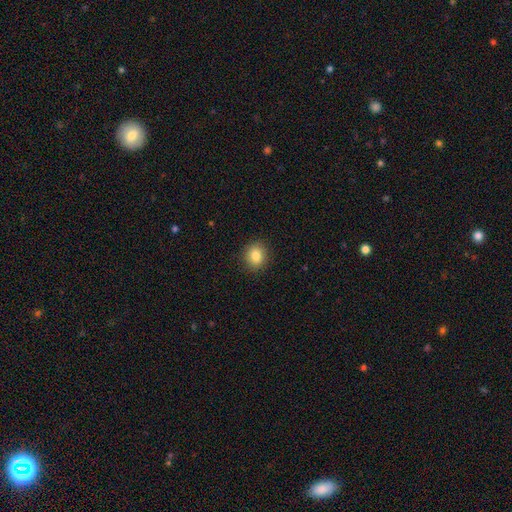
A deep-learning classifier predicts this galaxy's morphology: smooth_or_featured: smooth (p=0.83) [alt: star or artifact p=0.10]
how_rounded: round (p=0.69) [alt: in between p=0.30]
merging: none (p=0.89) [alt: minor disturbance p=0.08]